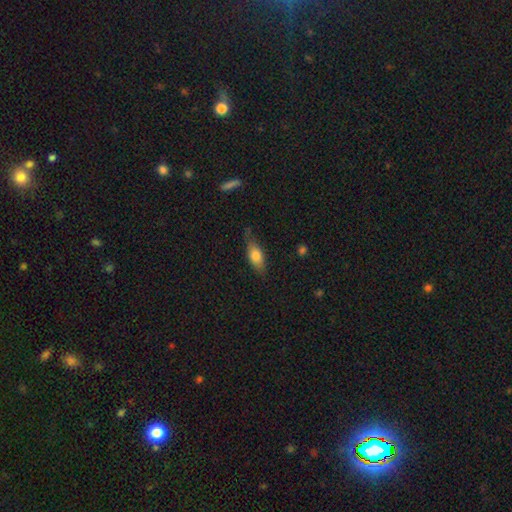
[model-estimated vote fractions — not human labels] This is likely a smooth galaxy (74%). How rounded: likely in between (79%). Merging: likely none (67%).